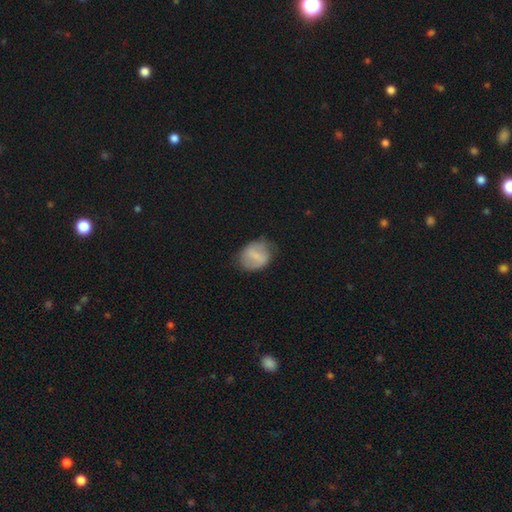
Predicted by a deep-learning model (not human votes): Smooth or featured? smooth (56%)
How rounded? in between (51%)
Merging? none (69%)